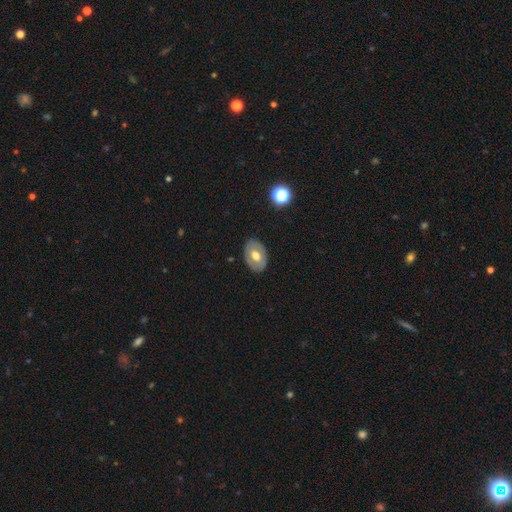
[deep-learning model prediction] Smooth or featured: smooth — 50% (featured or disk — 43%)
How rounded: in between — 83% (round — 16%)
Merging: none — 83% (minor disturbance — 13%)